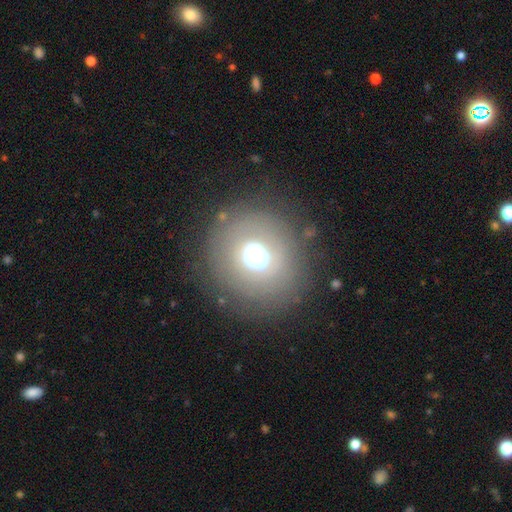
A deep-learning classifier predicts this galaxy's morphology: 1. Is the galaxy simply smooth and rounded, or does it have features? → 54% smooth, 32% featured or disk, 14% star or artifact.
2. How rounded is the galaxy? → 88% round, 11% in between, 1% cigar-shaped.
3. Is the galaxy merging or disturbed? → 76% none, 12% minor disturbance, 8% major disturbance, 4% merger.